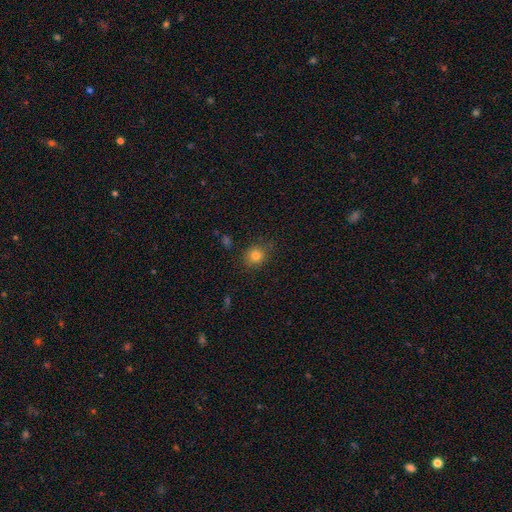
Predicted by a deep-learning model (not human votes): Smooth or featured: smooth — 80% (star or artifact — 13%)
How rounded: round — 79% (in between — 20%)
Merging: none — 79% (minor disturbance — 15%)